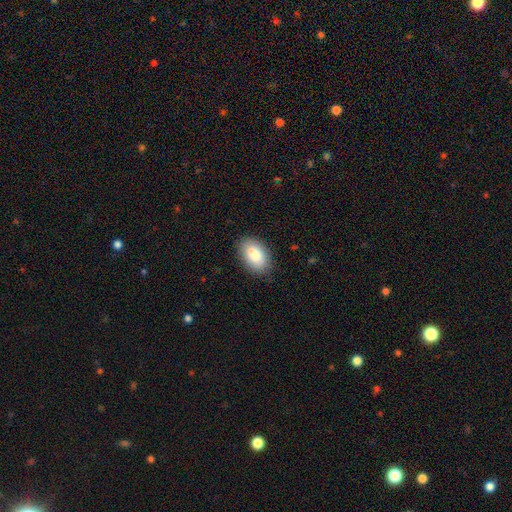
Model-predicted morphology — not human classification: A smooth galaxy with no disk features (84%) that is in between round and cigar-shaped (91%).

Vote fractions:
- Smooth or featured? smooth: 84% / featured or disk: 9% / star or artifact: 7%
- How rounded? in between: 91% / round: 7% / cigar-shaped: 1%
- Merging? none: 82% / minor disturbance: 12% / major disturbance: 3% / merger: 3%